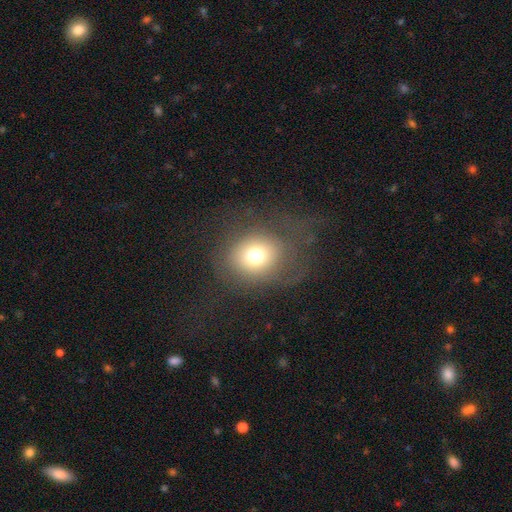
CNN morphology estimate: Smooth or featured? smooth (69%)
How rounded? round (75%)
Merging? none (64%)